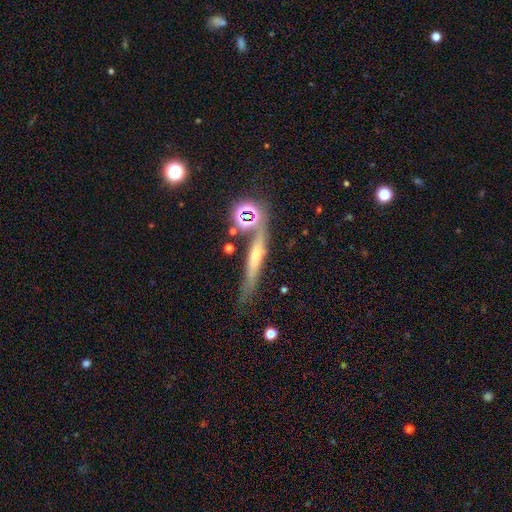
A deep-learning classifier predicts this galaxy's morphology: This appears to be a featured or disk galaxy (43%). Merging: none (65%).